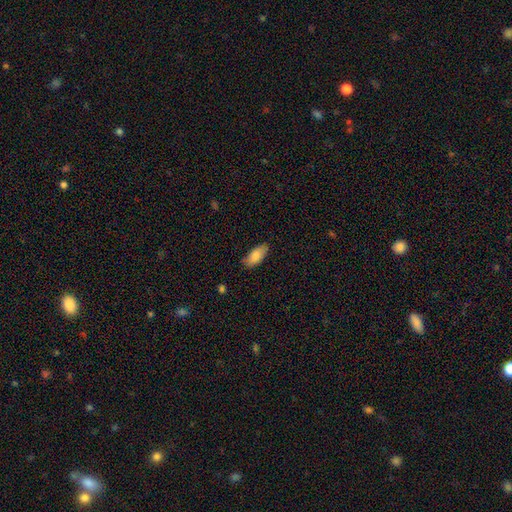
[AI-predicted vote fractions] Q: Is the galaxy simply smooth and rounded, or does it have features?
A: smooth — 84%.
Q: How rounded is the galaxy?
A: in between — 87%.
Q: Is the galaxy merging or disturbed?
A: none — 82%.